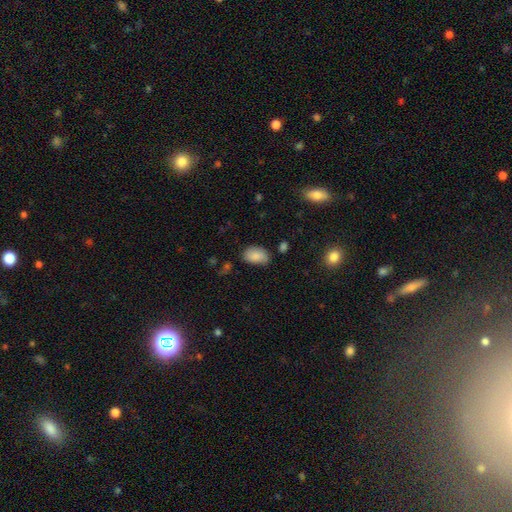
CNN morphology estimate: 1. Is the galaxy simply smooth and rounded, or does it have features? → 85% smooth, 8% star or artifact, 7% featured or disk.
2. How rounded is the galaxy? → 90% in between, 9% round, 1% cigar-shaped.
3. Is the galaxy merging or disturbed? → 68% none, 25% minor disturbance, 5% major disturbance, 3% merger.